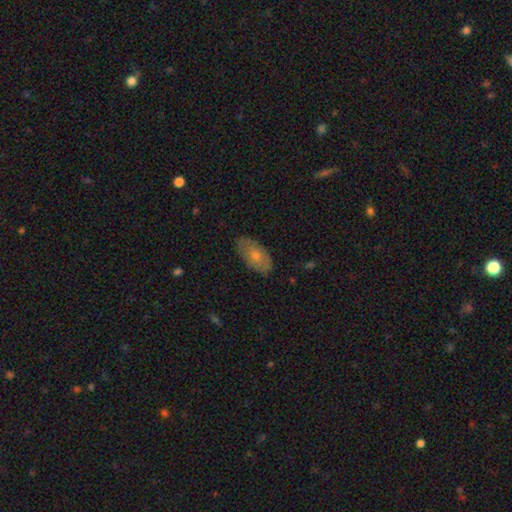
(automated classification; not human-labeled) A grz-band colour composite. It shows a smooth galaxy with no disk features (57%) that is in between round and cigar-shaped (91%). Merging: none (83%).